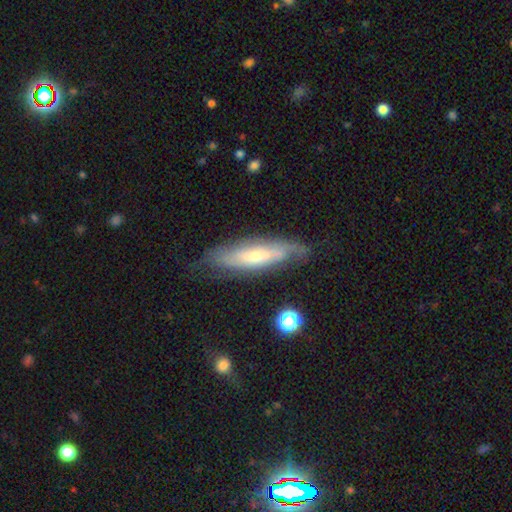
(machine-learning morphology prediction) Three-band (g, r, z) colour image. It shows a featured or disk galaxy (57%). Merging: none (68%).